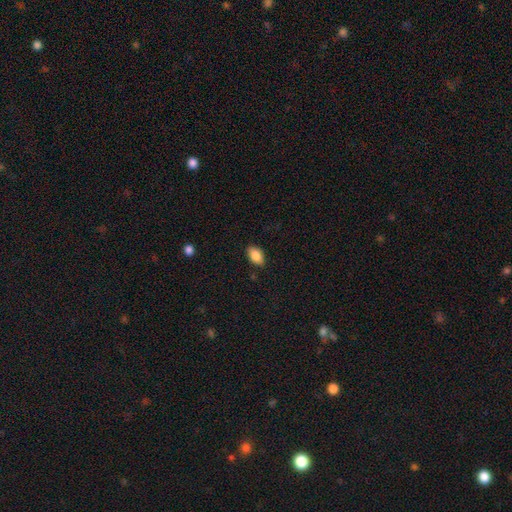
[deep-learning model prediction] Smooth or featured: smooth — 87% (star or artifact — 7%)
How rounded: in between — 91% (round — 7%)
Merging: none — 85% (minor disturbance — 11%)